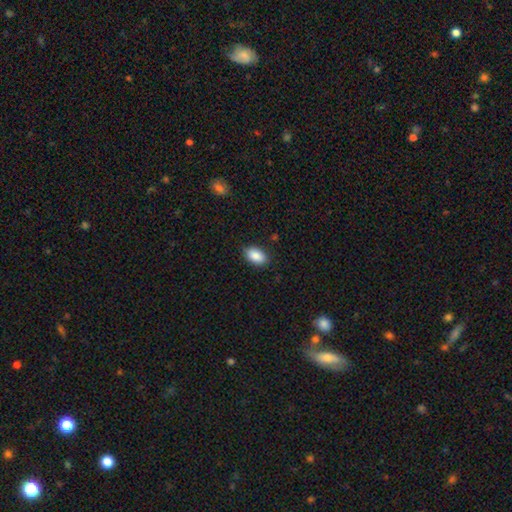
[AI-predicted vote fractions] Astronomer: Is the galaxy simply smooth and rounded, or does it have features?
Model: smooth — 89%.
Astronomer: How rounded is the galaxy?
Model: in between — 92%.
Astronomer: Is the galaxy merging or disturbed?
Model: none — 86%.